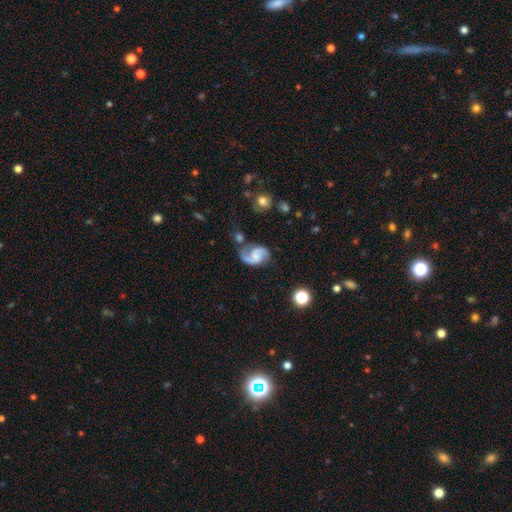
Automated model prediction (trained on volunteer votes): smooth-or-featured: featured or disk: 84% | smooth: 10% | star or artifact: 6%
  disk-edge-on: no: 98% | yes: 2%
    bar: no: 52% | weak: 38% | strong: 10%
    has-spiral-arms: yes: 97% | no: 3%
      spiral-winding: medium: 50% | loose: 35% | tight: 15%
      spiral-arm-count: 2: 89% | 1: 6% | can't tell: 3% | 3: 1% | 4: 1% | more than 4: 1%
    bulge-size: none: 47% | small: 25% | moderate: 19% | large: 7% | dominant: 2%
  merging: none: 58% | minor disturbance: 20% | major disturbance: 12% | merger: 10%